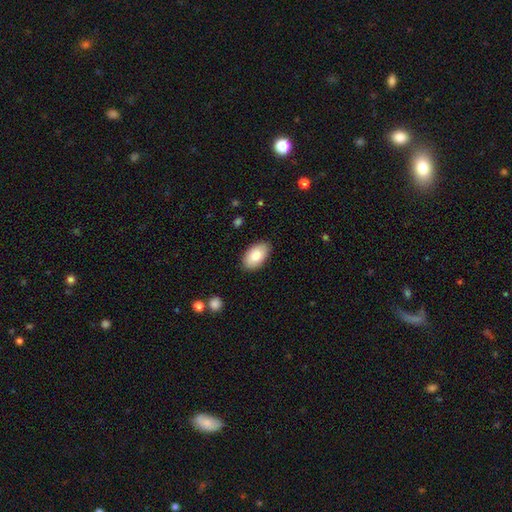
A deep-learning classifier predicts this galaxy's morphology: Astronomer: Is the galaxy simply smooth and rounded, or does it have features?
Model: smooth — 85%.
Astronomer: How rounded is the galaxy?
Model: in between — 95%.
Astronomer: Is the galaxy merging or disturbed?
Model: none — 85%.